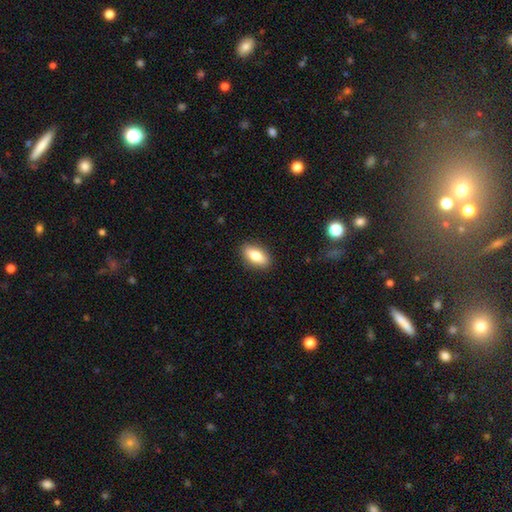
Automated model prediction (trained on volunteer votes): Smooth or featured: smooth — 77% (featured or disk — 16%)
How rounded: in between — 81% (cigar-shaped — 15%)
Merging: none — 88% (minor disturbance — 8%)